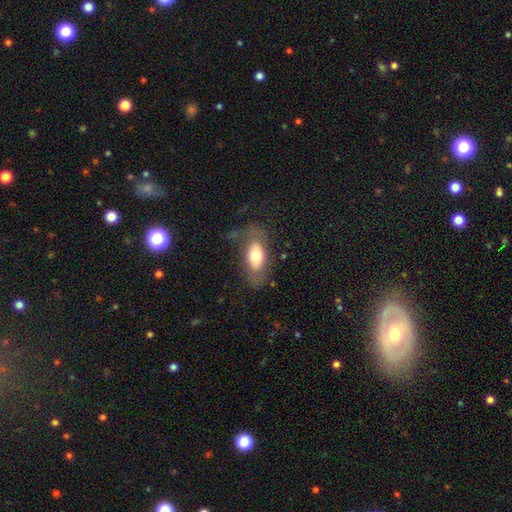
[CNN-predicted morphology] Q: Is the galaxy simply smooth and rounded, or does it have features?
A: smooth — 66%.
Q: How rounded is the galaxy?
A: in between — 88%.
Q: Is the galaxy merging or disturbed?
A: none — 57%.